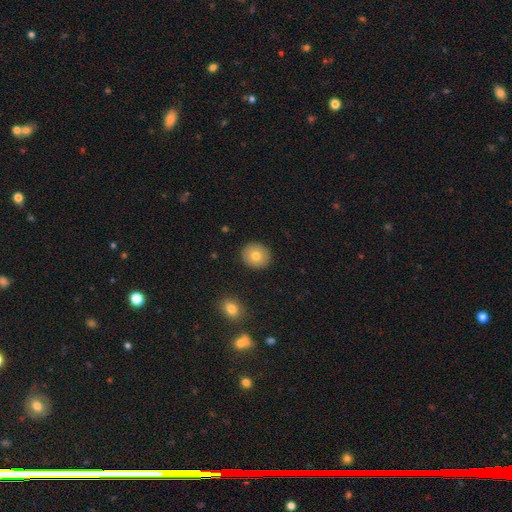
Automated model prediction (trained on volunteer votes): A smooth galaxy with no disk features (78%) that is round (82%). Merging: none (91%).